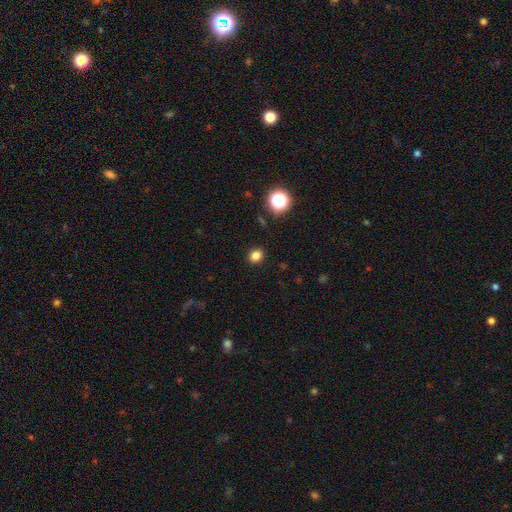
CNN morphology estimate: Smooth or featured? smooth (81%)
How rounded? round (69%)
Merging? none (91%)